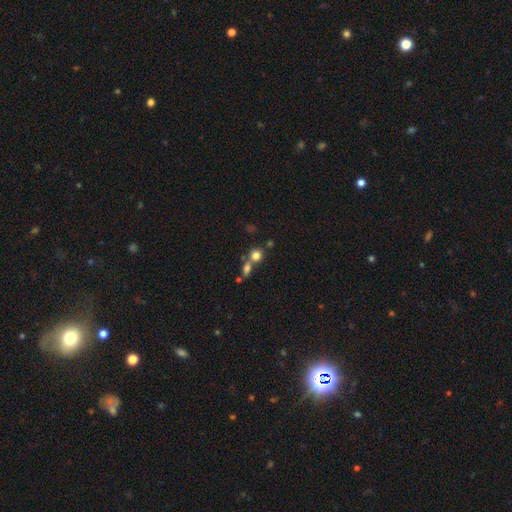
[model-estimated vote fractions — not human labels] This appears to be a smooth galaxy with no disk features (77%) that is round (81%). Merging: none (46%).